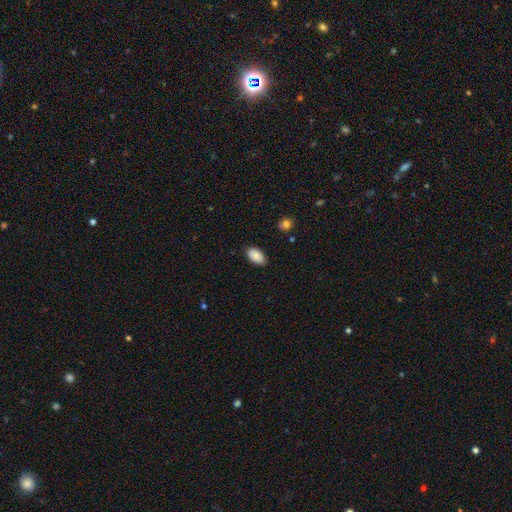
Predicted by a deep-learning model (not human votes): Overall: smooth (88%). How rounded: in between (95%). Merging: none (86%).